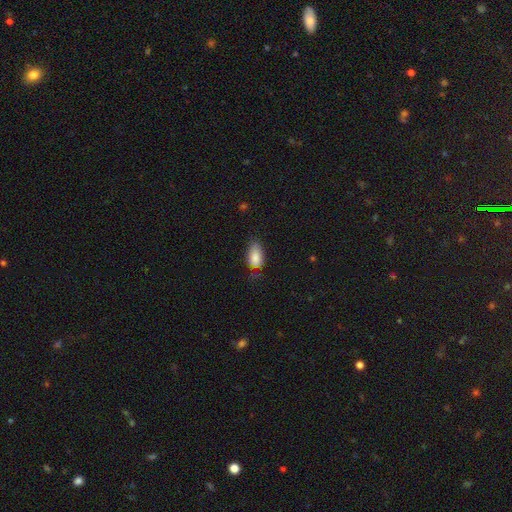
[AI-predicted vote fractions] smooth-or-featured: smooth: 84% | star or artifact: 8% | featured or disk: 8%
  how-rounded: in between: 92% | round: 5% | cigar-shaped: 3%
  merging: none: 53% | minor disturbance: 35% | major disturbance: 10% | merger: 3%